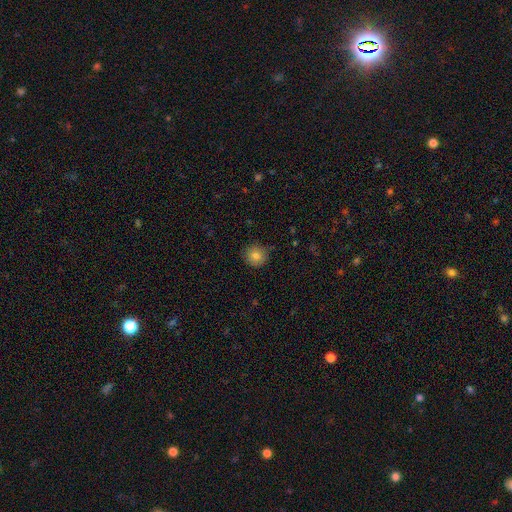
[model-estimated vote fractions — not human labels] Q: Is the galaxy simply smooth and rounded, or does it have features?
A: smooth — 83%.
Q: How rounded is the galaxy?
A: round — 93%.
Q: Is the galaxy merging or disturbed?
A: none — 86%.